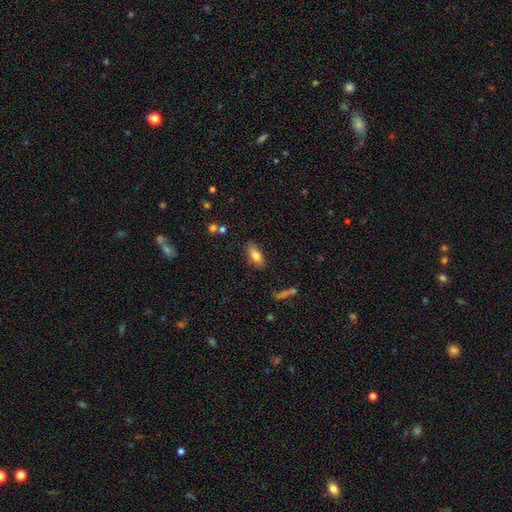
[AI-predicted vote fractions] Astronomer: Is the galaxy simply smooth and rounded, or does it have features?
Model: smooth — 78%.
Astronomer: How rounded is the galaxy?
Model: in between — 81%.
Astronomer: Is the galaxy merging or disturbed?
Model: none — 80%.